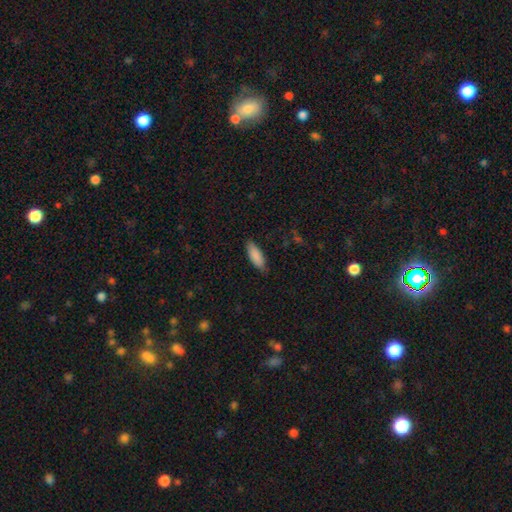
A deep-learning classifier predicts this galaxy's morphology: Smooth or featured? Predicted: smooth (p=0.88). How rounded? Predicted: in between (p=0.69). Merging? Predicted: none (p=0.83).